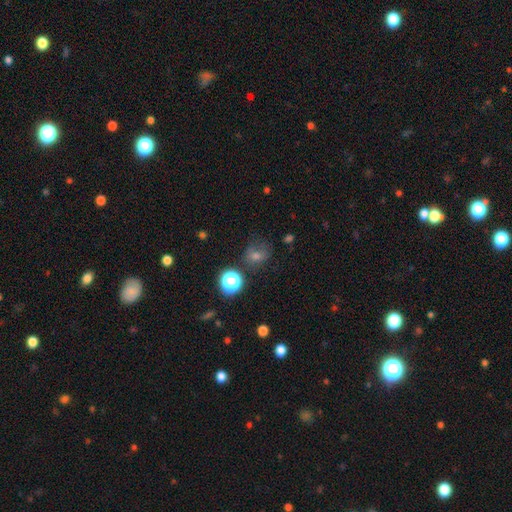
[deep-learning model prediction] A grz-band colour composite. It shows a smooth galaxy with no disk features (46%). Merging: none (61%).